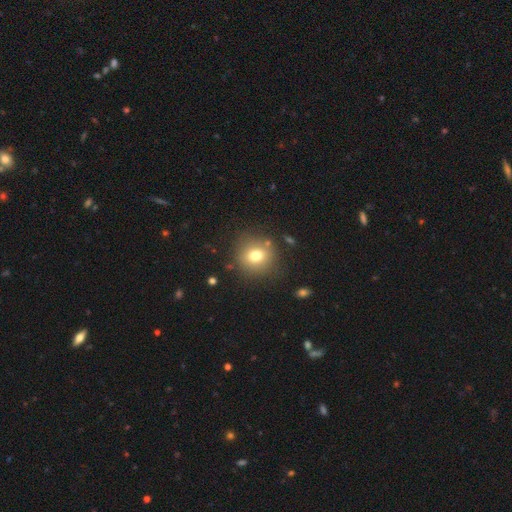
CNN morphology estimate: This appears to be a smooth galaxy with no disk features (73%) that is round (88%). Merging: none (82%).